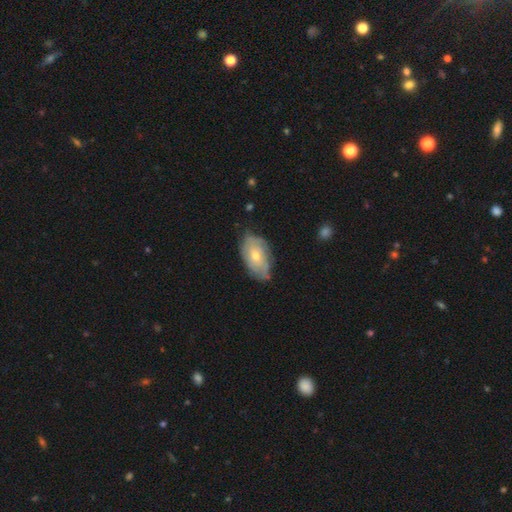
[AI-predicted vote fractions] A featured or disk galaxy (54%) with no bar (81%), spiral arms (71%) and a moderate central bulge (51%). Merging: none (67%).